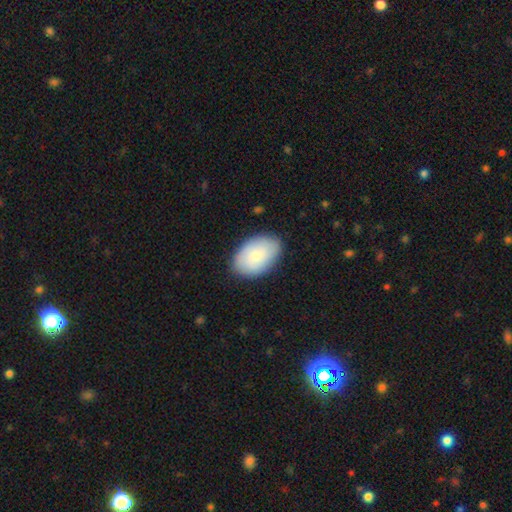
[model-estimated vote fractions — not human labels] Smooth or featured?
  - smooth: 77% *
  - featured or disk: 17%
  - star or artifact: 6%
How rounded?
  - in between: 90% *
  - round: 9%
  - cigar-shaped: 1%
Merging?
  - none: 84% *
  - minor disturbance: 12%
  - major disturbance: 3%
  - merger: 1%